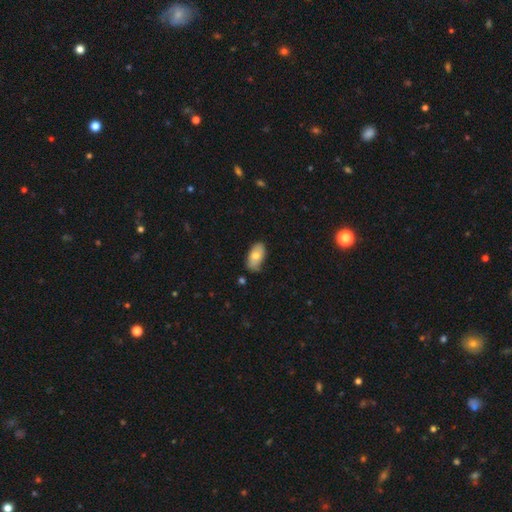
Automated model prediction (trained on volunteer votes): This is likely a smooth galaxy (69%). How rounded: clearly in between (94%). Merging: likely none (72%).